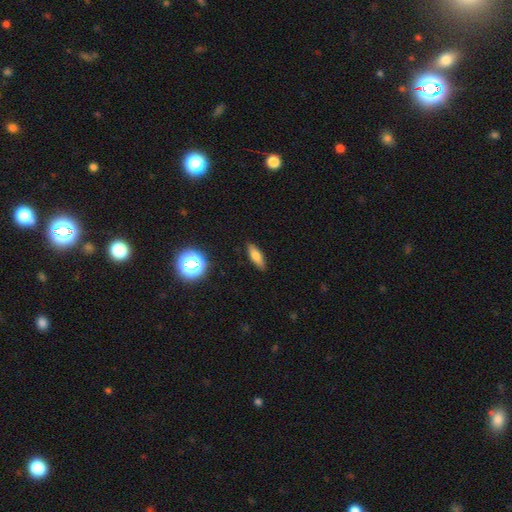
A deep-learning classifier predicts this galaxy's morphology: smooth-or-featured: smooth: 66% | featured or disk: 24% | star or artifact: 10%
  how-rounded: cigar-shaped: 50% | in between: 46% | round: 4%
  merging: none: 88% | minor disturbance: 9% | major disturbance: 2% | merger: 1%